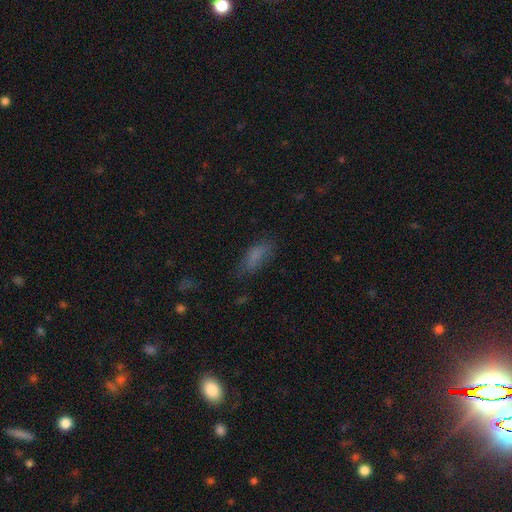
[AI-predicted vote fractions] The model was most divided on "how rounded": in between: 68%, cigar-shaped: 30%, round: 3%. More confident: smooth or featured — smooth (78%); merging — none (67%).